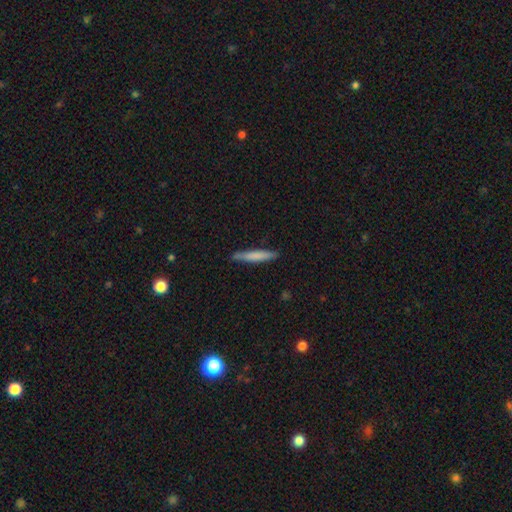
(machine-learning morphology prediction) smooth_or_featured: smooth (p=0.74) [alt: featured or disk p=0.21]
how_rounded: cigar-shaped (p=0.94) [alt: in between p=0.05]
merging: none (p=0.85) [alt: minor disturbance p=0.11]